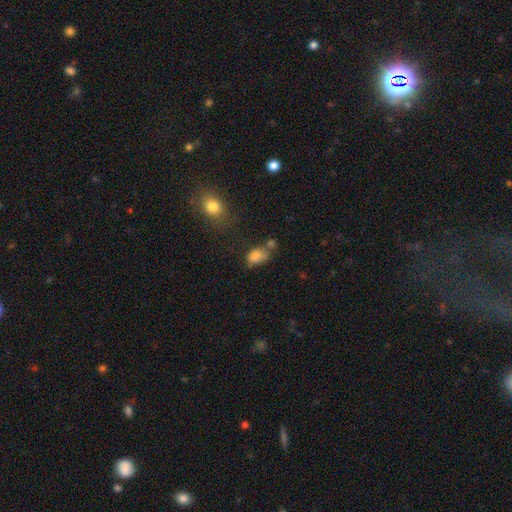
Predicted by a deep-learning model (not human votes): Morphology: type=smooth (79%); roundness=in between (80%); merging=none (38%).